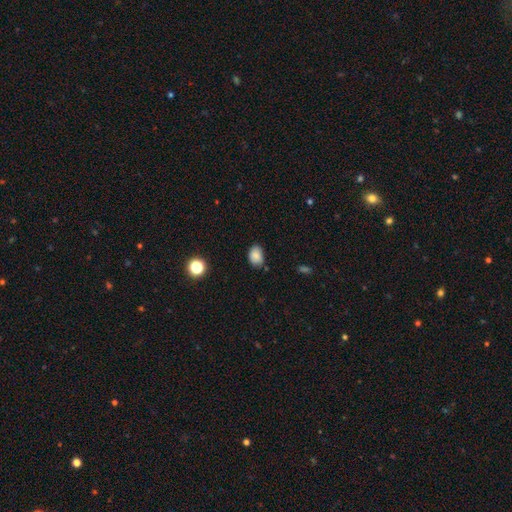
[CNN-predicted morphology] Q: Smooth or featured?
A: smooth (84%); runner-up: star or artifact (10%)
Q: How rounded?
A: in between (73%); runner-up: round (26%)
Q: Merging?
A: none (71%); runner-up: minor disturbance (22%)